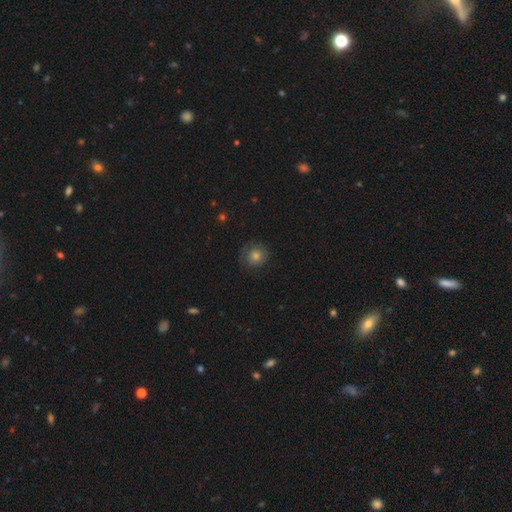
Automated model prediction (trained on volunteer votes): smooth 72%, featured or disk 15%, star or artifact 13%. Down the decision tree: how rounded — round (91%); merging — none (81%).